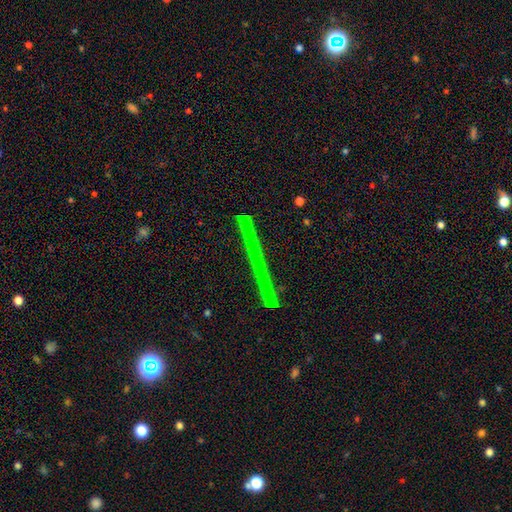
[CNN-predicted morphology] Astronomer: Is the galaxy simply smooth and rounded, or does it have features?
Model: featured or disk — 57%.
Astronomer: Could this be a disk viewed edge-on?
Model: yes — 96%.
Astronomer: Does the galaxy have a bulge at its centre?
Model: none — 83%.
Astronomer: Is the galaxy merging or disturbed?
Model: none — 88%.